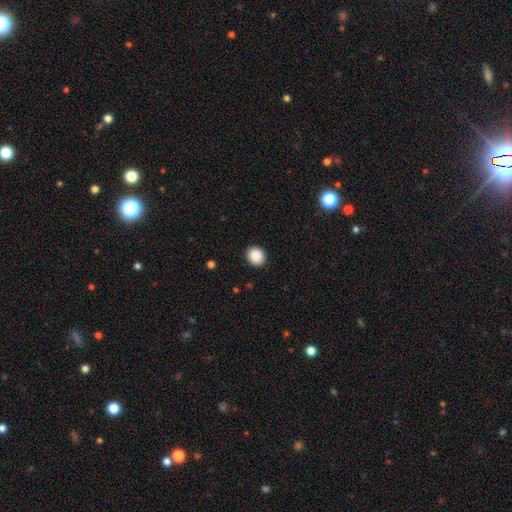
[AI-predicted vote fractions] The model was most divided on "how rounded": round: 74%, in between: 26%, cigar-shaped: 1%. More confident: merging — none (91%); smooth or featured — smooth (89%).